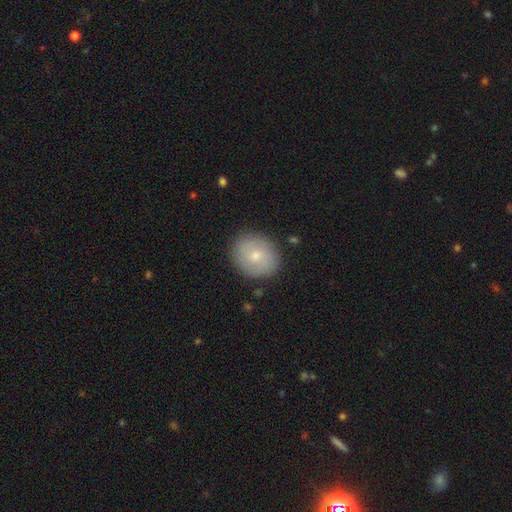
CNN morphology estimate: This appears to be a smooth galaxy with no disk features (72%) that is round (71%). Merging: none (86%).